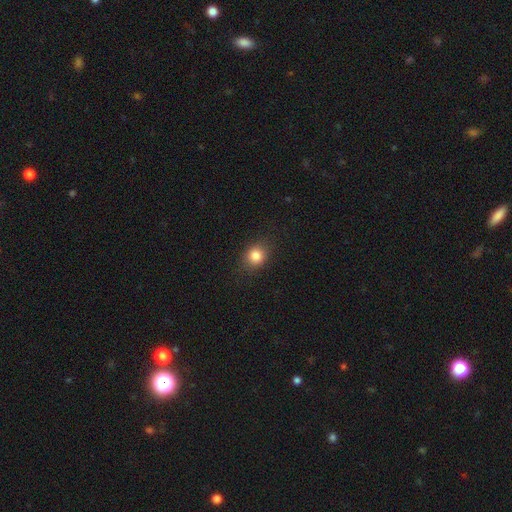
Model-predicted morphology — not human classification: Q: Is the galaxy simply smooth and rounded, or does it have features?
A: smooth — 83%.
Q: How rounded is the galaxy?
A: round — 63%.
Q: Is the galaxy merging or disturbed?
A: none — 83%.